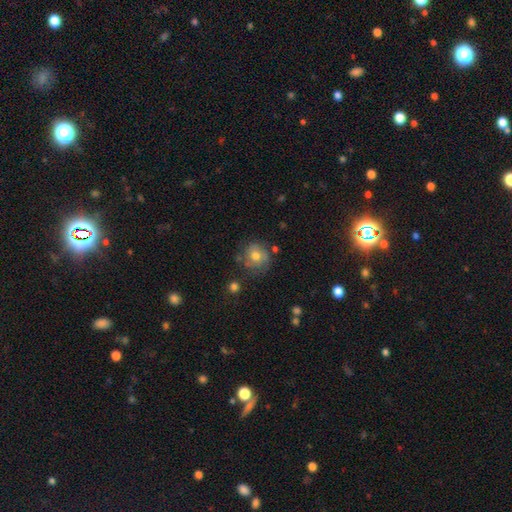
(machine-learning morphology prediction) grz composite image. It shows a smooth galaxy with no disk features (64%) that is round (85%). Merging: none (65%).